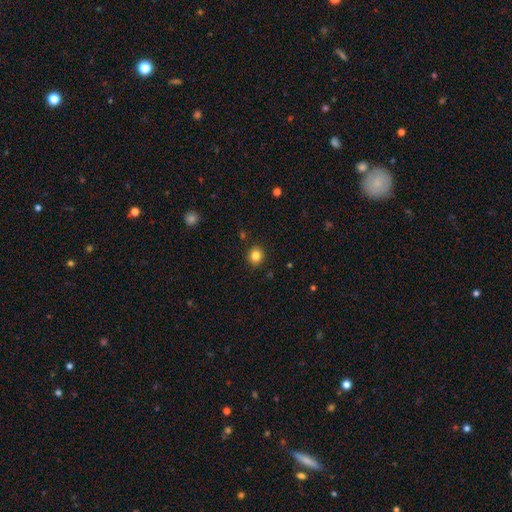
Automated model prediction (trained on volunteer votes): Overall: smooth (83%). How rounded: round (83%). Merging: none (90%).